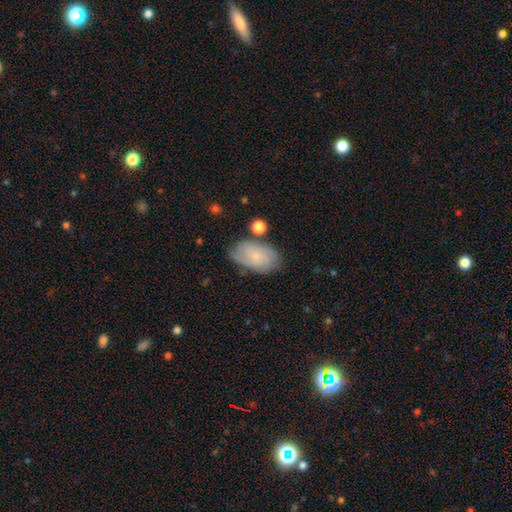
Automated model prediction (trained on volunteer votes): smooth_or_featured: featured or disk (p=0.48) [alt: smooth p=0.43]
merging: none (p=0.70) [alt: minor disturbance p=0.19]